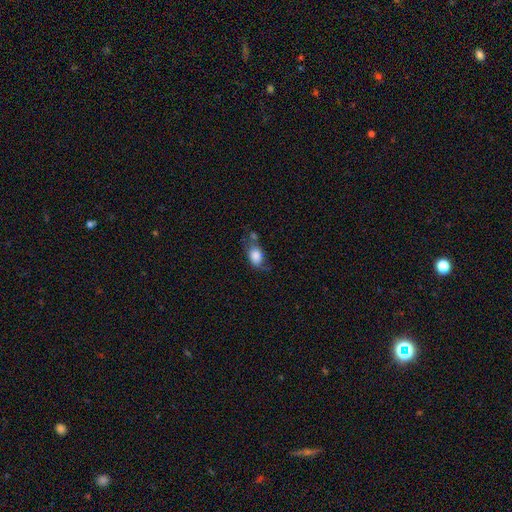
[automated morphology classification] Smooth or featured?
  - smooth: 80% *
  - featured or disk: 12%
  - star or artifact: 8%
How rounded?
  - in between: 78% *
  - round: 19%
  - cigar-shaped: 3%
Merging?
  - none: 39% *
  - minor disturbance: 30%
  - major disturbance: 16%
  - merger: 14%